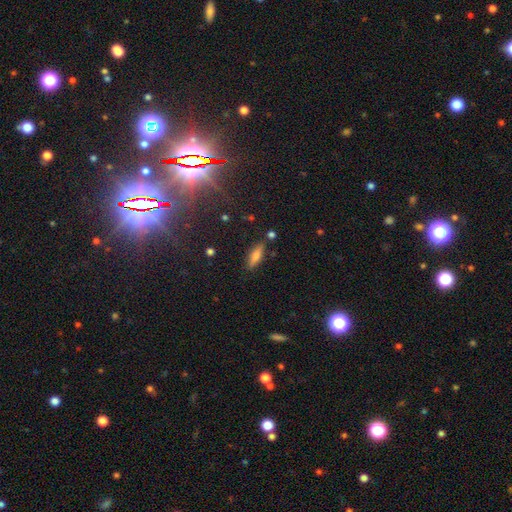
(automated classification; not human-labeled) Smooth or featured? Predicted: smooth (p=0.74). How rounded? Predicted: in between (p=0.52). Merging? Predicted: none (p=0.82).